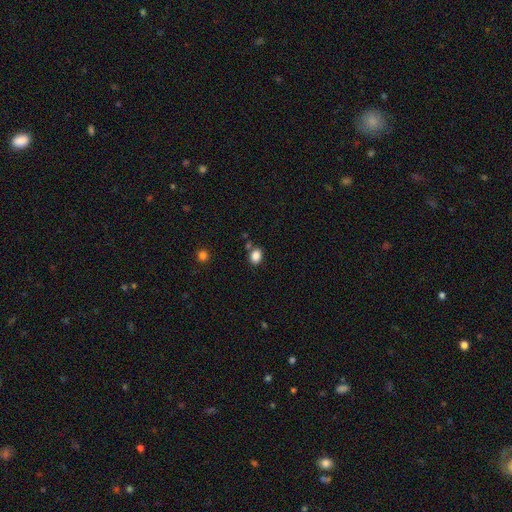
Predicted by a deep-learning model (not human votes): This is clearly a smooth galaxy (86%). How rounded: likely in between (63%). Merging: likely none (75%).